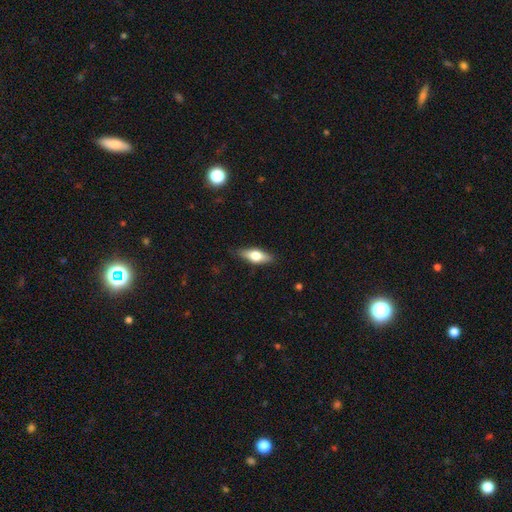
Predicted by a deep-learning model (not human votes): This is possibly a smooth galaxy (55%). How rounded: likely in between (65%). Merging: clearly none (84%).